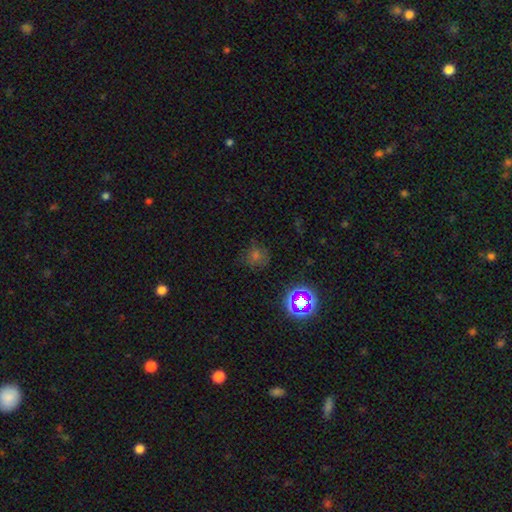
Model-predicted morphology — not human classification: This appears to be a smooth galaxy with no disk features (55%) that is round (85%). Merging: none (77%).